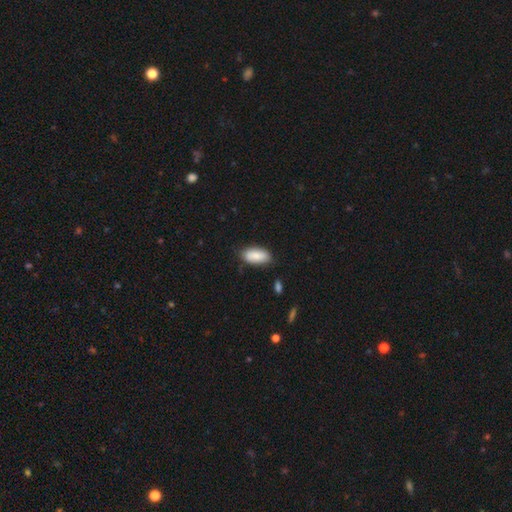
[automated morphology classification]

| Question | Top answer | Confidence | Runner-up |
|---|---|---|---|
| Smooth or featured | smooth | 85% | featured or disk (9%) |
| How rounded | in between | 91% | cigar-shaped (7%) |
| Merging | none | 79% | minor disturbance (17%) |